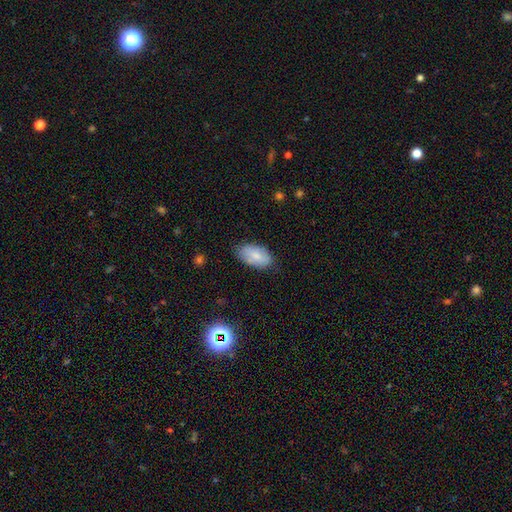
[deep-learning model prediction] A smooth galaxy with no disk features (78%) that is in between round and cigar-shaped (94%). Merging: none (77%).